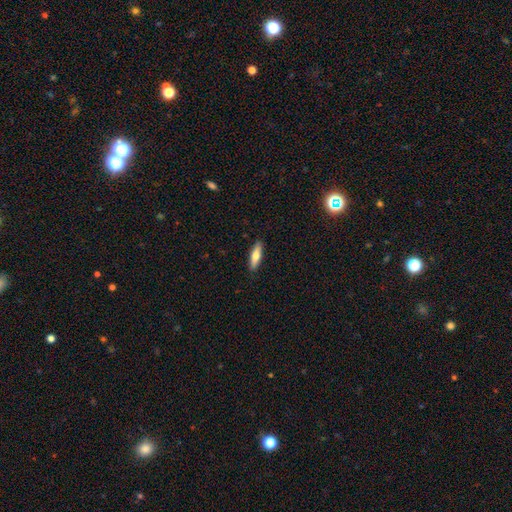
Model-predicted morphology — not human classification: A smooth galaxy with no disk features (66%) that is cigar-shaped (61%).

Vote fractions:
- Smooth or featured? smooth: 66% / featured or disk: 28% / star or artifact: 6%
- How rounded? cigar-shaped: 61% / in between: 37% / round: 2%
- Merging? none: 90% / minor disturbance: 8% / major disturbance: 2% / merger: 1%